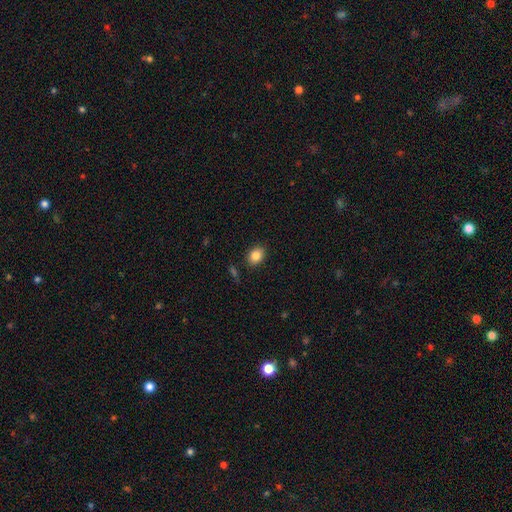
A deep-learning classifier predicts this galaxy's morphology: Smooth or featured?
  - smooth: 85% *
  - star or artifact: 9%
  - featured or disk: 6%
How rounded?
  - in between: 62% *
  - round: 37%
  - cigar-shaped: 1%
Merging?
  - none: 87% *
  - minor disturbance: 9%
  - major disturbance: 2%
  - merger: 2%